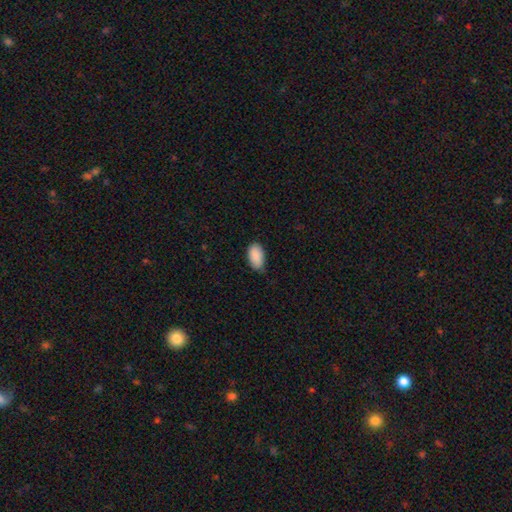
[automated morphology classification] smooth 90%, star or artifact 6%, featured or disk 4%. Down the decision tree: how rounded — in between (95%); merging — none (73%).